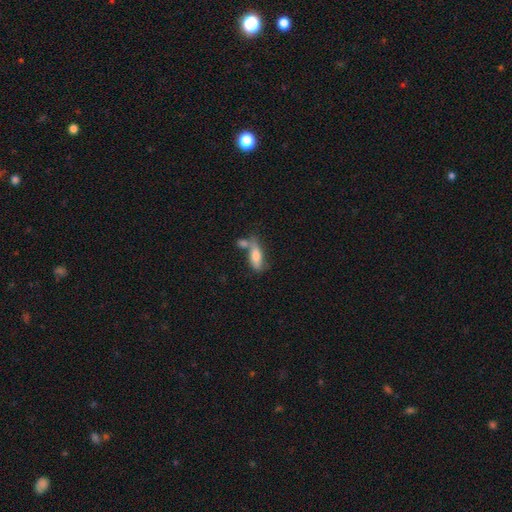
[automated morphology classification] The model was most divided on "merging": none: 44%, merger: 32%, minor disturbance: 17%, major disturbance: 7%. More confident: smooth or featured — smooth (73%); how rounded — in between (71%).